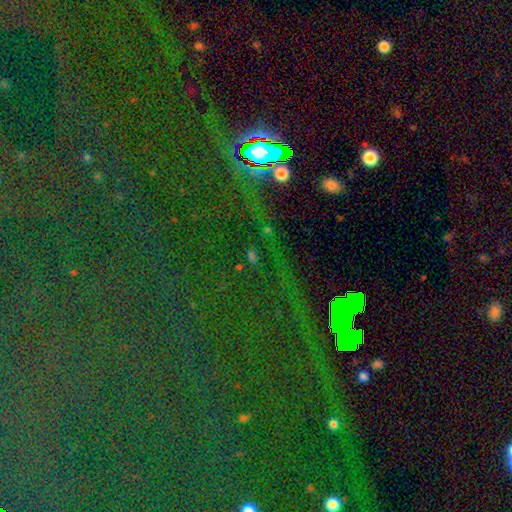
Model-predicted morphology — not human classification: A star or artifact, not a galaxy (83%).